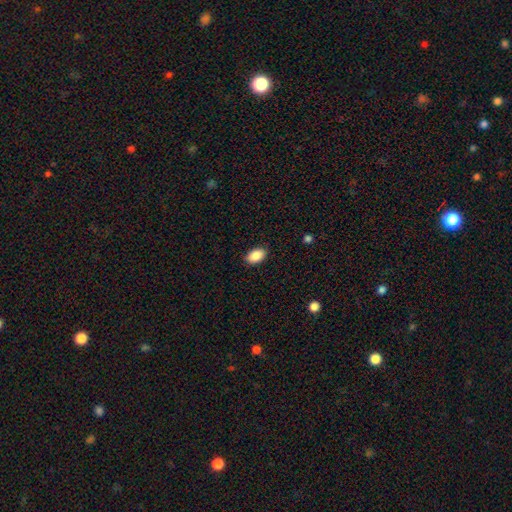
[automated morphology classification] type=smooth (89%); roundness=in between (92%); merging=none (88%).